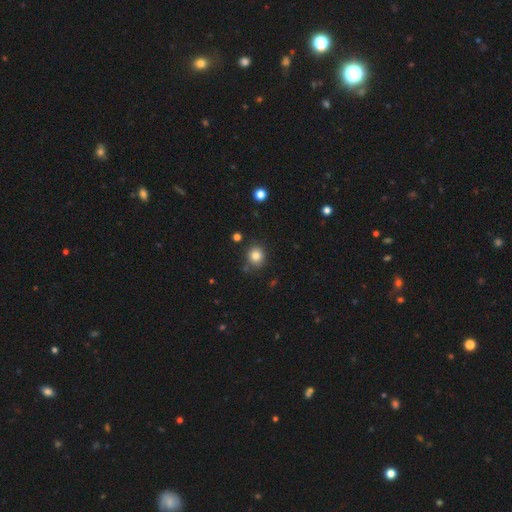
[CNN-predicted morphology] Overall: smooth (82%). How rounded: round (86%). Merging: none (82%).